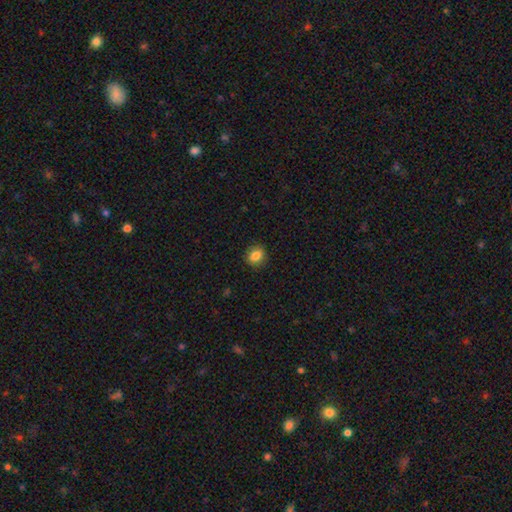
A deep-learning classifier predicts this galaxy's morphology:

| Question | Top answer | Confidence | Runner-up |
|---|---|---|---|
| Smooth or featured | smooth | 84% | star or artifact (10%) |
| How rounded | round | 61% | in between (38%) |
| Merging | none | 88% | minor disturbance (9%) |